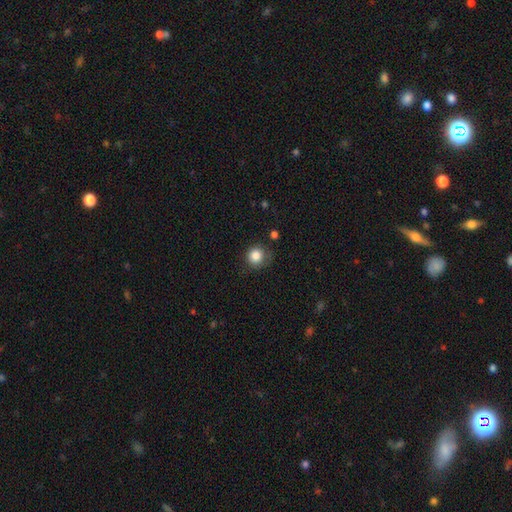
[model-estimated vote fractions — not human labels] Smooth or featured? Predicted: smooth (p=0.85). How rounded? Predicted: round (p=0.87). Merging? Predicted: none (p=0.70).